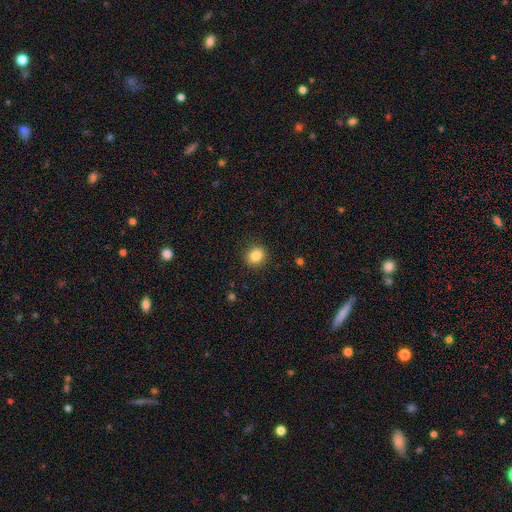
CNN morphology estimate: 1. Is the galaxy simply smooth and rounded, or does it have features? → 85% smooth, 10% star or artifact, 4% featured or disk.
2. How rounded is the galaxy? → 80% round, 19% in between, 1% cigar-shaped.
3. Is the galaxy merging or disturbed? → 90% none, 6% minor disturbance, 2% major disturbance, 1% merger.